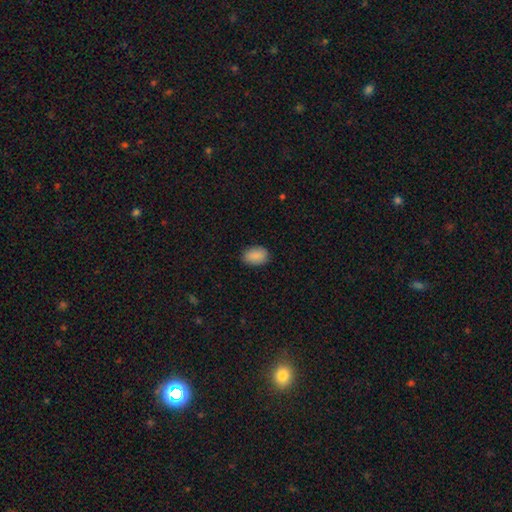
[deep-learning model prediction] Smooth or featured?
  - smooth: 89% *
  - star or artifact: 7%
  - featured or disk: 4%
How rounded?
  - in between: 85% *
  - round: 13%
  - cigar-shaped: 1%
Merging?
  - none: 85% *
  - minor disturbance: 11%
  - major disturbance: 2%
  - merger: 1%